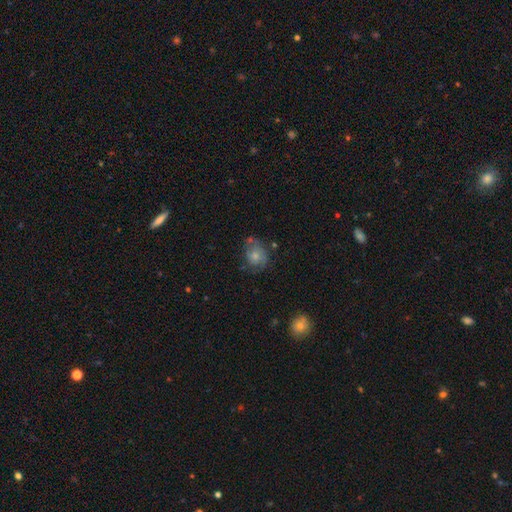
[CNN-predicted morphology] Smooth or featured? Predicted: featured or disk (p=0.46). Merging? Predicted: none (p=0.55).